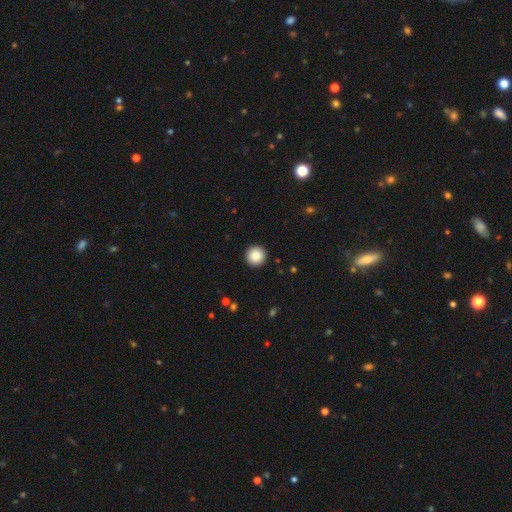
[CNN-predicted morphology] smooth-or-featured: smooth: 88% | star or artifact: 9% | featured or disk: 4%
  how-rounded: round: 96% | in between: 3% | cigar-shaped: 1%
  merging: none: 93% | minor disturbance: 4% | major disturbance: 1% | merger: 1%